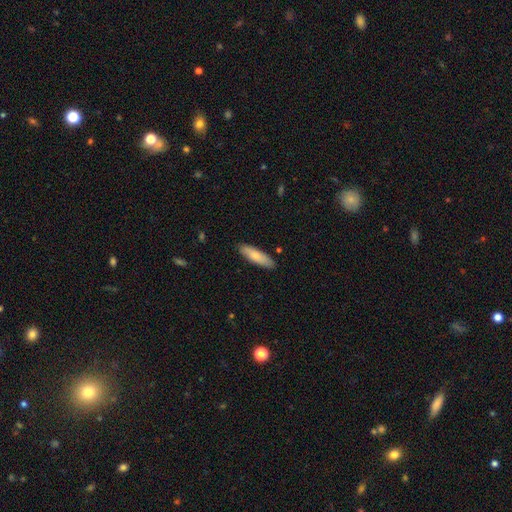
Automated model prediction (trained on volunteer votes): The model was most divided on "how rounded": cigar-shaped: 60%, in between: 39%, round: 2%. More confident: merging — none (87%); smooth or featured — smooth (78%).